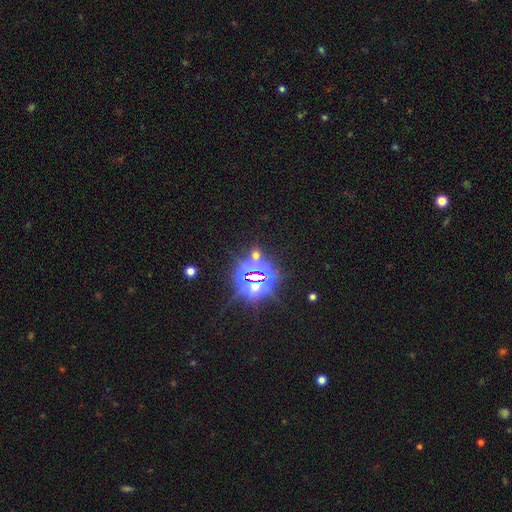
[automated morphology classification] This is clearly a star or artifact rather than a galaxy (81%).